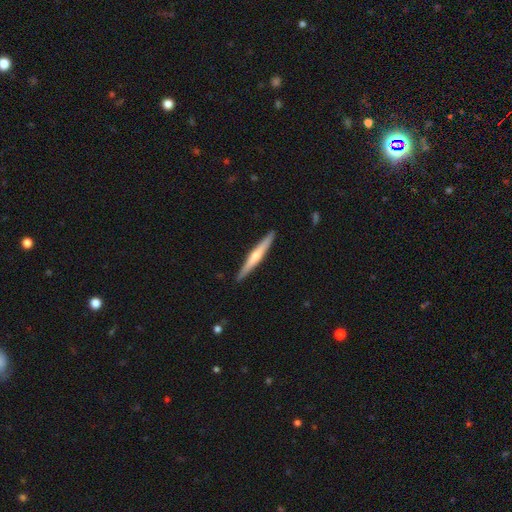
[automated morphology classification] Q: Smooth or featured?
A: featured or disk (57%); runner-up: smooth (38%)
Q: Edge-on disk?
A: yes (97%); runner-up: no (3%)
Q: Edge-on bulge?
A: rounded (70%); runner-up: none (23%)
Q: Merging?
A: none (91%); runner-up: minor disturbance (6%)